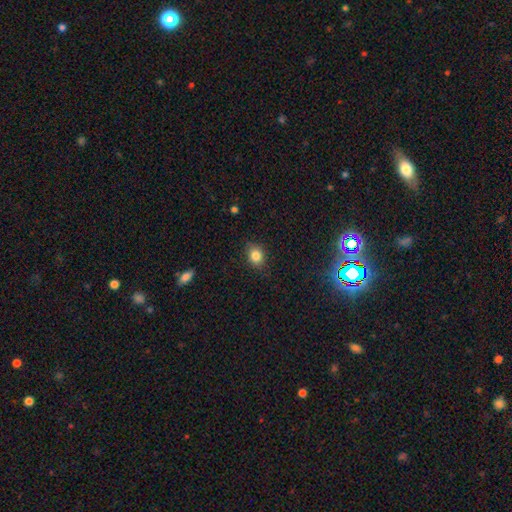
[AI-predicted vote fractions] Morphology: type=smooth (83%); roundness=round (55%); merging=none (82%).